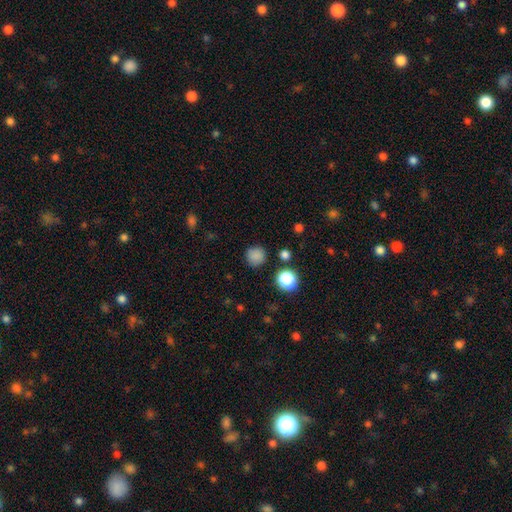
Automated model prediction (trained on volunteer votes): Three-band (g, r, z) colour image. It shows a smooth galaxy with no disk features (83%) that is round (93%). Merging: none (85%).